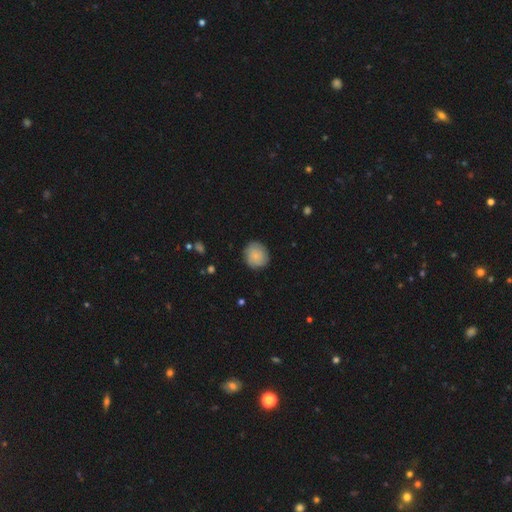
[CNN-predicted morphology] Q: Smooth or featured?
A: smooth (73%); runner-up: featured or disk (20%)
Q: How rounded?
A: round (82%); runner-up: in between (17%)
Q: Merging?
A: none (83%); runner-up: minor disturbance (13%)